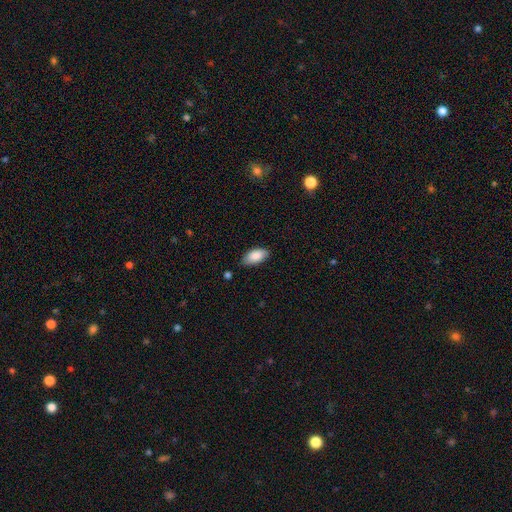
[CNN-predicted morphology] Smooth or featured? Predicted: smooth (p=0.88). How rounded? Predicted: in between (p=0.93). Merging? Predicted: none (p=0.81).